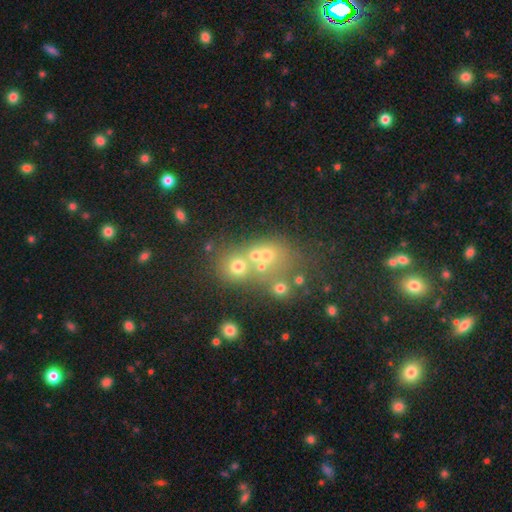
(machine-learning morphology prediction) Smooth or featured? Predicted: smooth (p=0.53). How rounded? Predicted: round (p=0.72). Merging? Predicted: none (p=0.43).